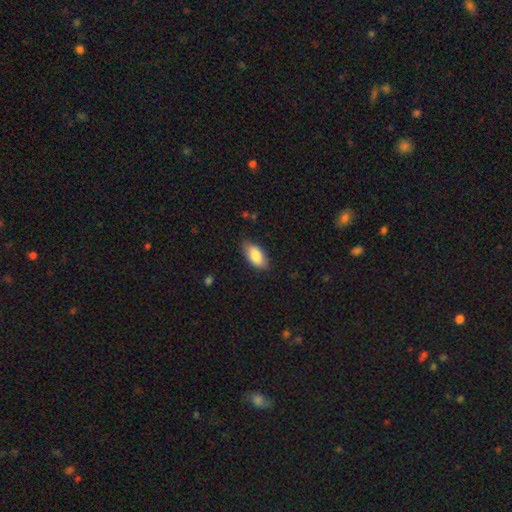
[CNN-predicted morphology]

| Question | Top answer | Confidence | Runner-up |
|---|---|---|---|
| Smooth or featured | smooth | 86% | featured or disk (8%) |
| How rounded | in between | 91% | cigar-shaped (6%) |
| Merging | none | 82% | minor disturbance (14%) |